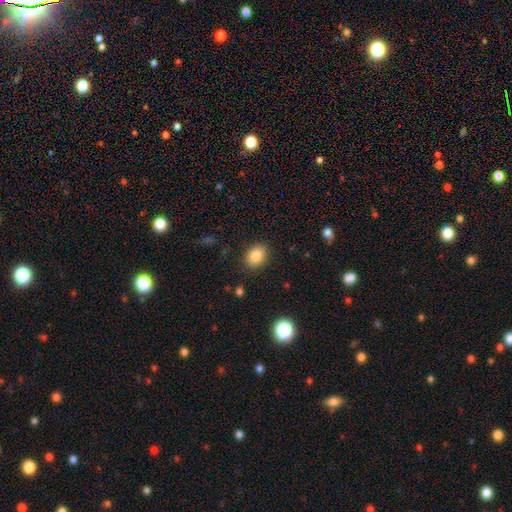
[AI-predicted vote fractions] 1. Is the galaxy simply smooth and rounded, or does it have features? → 85% smooth, 9% star or artifact, 6% featured or disk.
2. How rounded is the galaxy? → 69% in between, 30% round, 1% cigar-shaped.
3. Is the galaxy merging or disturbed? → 87% none, 9% minor disturbance, 3% major disturbance, 1% merger.